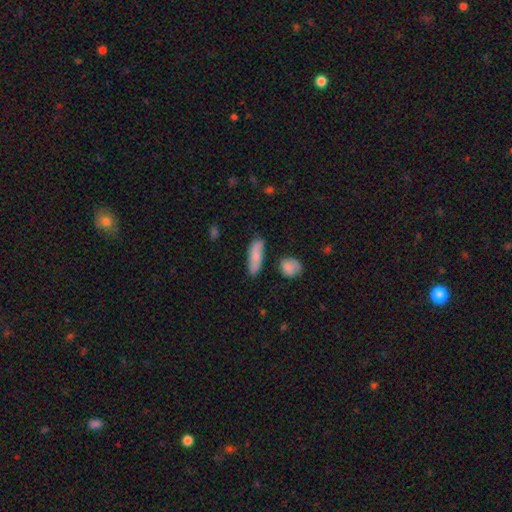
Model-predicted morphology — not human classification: A smooth galaxy with no disk features (76%) that is cigar-shaped (53%). Merging: none (77%).